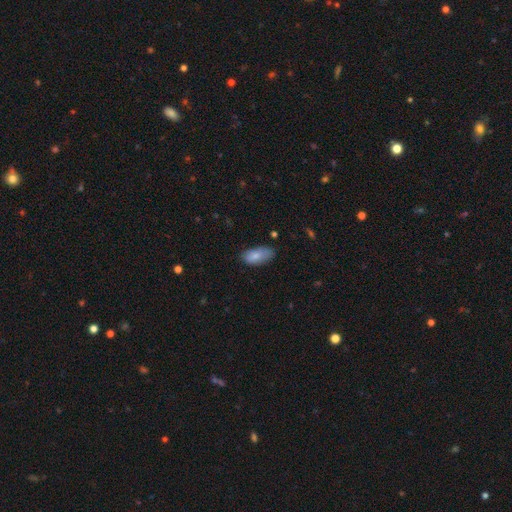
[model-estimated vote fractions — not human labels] A smooth galaxy with no disk features (81%) that is in between round and cigar-shaped (91%).

Vote fractions:
- Smooth or featured? smooth: 81% / featured or disk: 12% / star or artifact: 7%
- How rounded? in between: 91% / cigar-shaped: 7% / round: 3%
- Merging? none: 67% / minor disturbance: 26% / major disturbance: 5% / merger: 2%